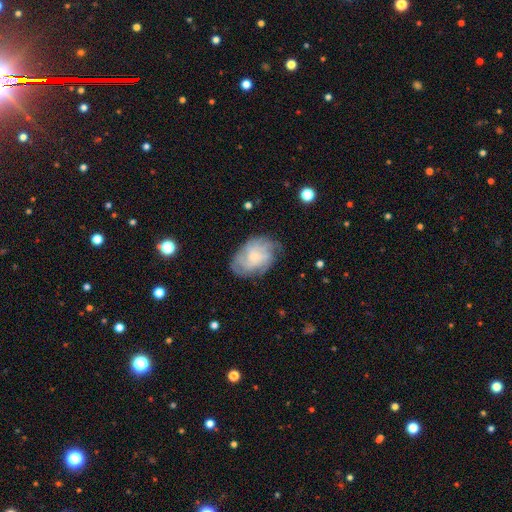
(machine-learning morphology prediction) Smooth or featured?
  - featured or disk: 61% *
  - smooth: 31%
  - star or artifact: 8%
Edge-on disk?
  - no: 97% *
  - yes: 3%
Bar?
  - no: 76% *
  - weak: 21%
  - strong: 3%
Spiral arms?
  - yes: 84% *
  - no: 16%
Bulge size?
  - small: 55% *
  - moderate: 24%
  - none: 15%
  - large: 4%
  - dominant: 1%
Merging?
  - none: 67% *
  - minor disturbance: 22%
  - major disturbance: 10%
  - merger: 1%